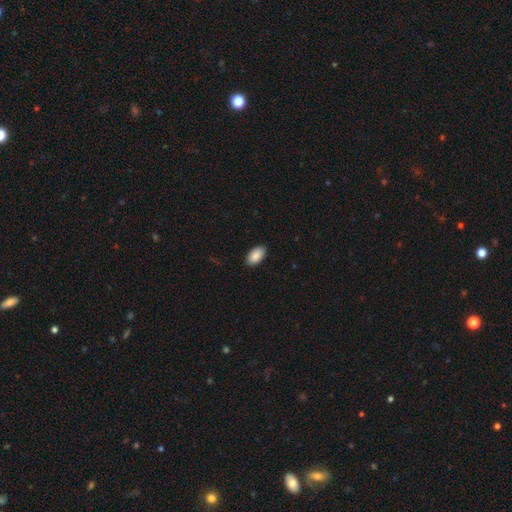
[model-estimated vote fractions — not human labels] The model was most divided on "merging": none: 89%, minor disturbance: 9%, major disturbance: 2%, merger: 1%. More confident: how rounded — in between (95%); smooth or featured — smooth (89%).